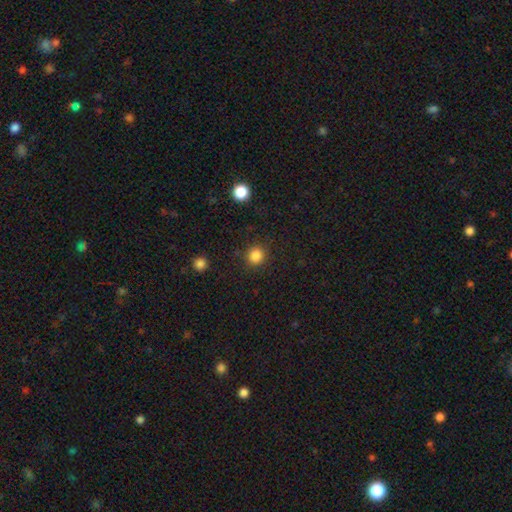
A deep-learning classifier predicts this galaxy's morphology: type=smooth (85%); roundness=round (91%); merging=none (89%).